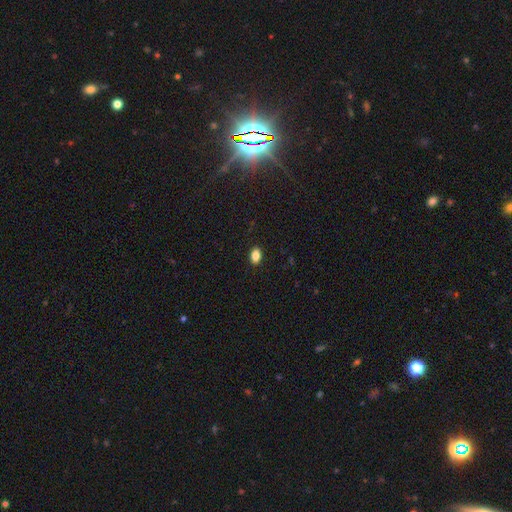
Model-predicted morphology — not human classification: Q: Smooth or featured?
A: smooth (85%); runner-up: star or artifact (10%)
Q: How rounded?
A: in between (83%); runner-up: round (15%)
Q: Merging?
A: none (90%); runner-up: minor disturbance (7%)